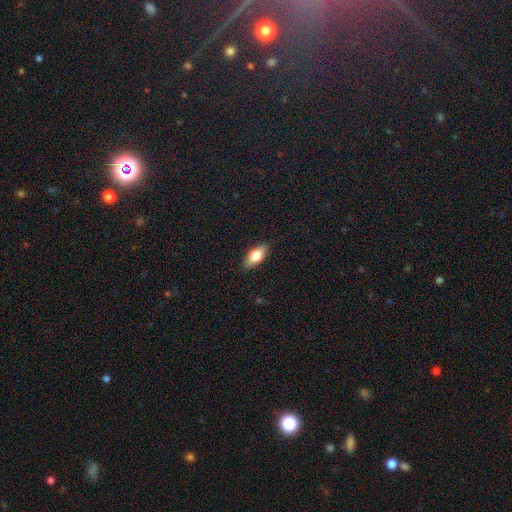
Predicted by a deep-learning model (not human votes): The model was most divided on "smooth or featured": smooth: 75%, featured or disk: 18%, star or artifact: 7%. More confident: merging — none (87%); how rounded — in between (85%).